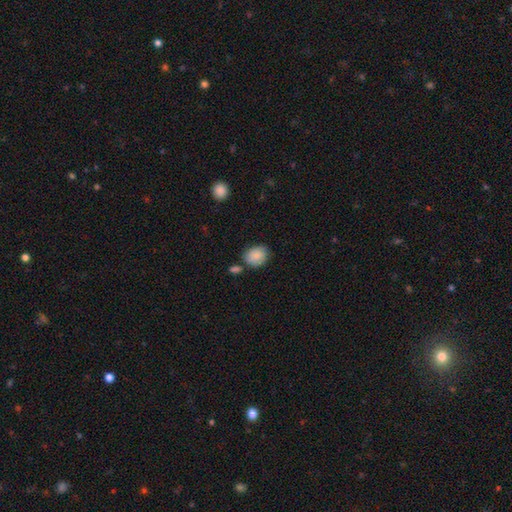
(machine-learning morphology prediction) The model was most divided on "how rounded": round: 61%, in between: 38%, cigar-shaped: 1%. More confident: smooth or featured — smooth (87%); merging — none (68%).